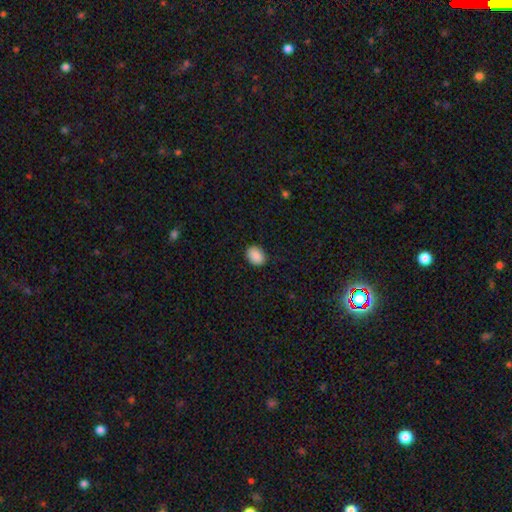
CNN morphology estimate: Smooth or featured? smooth (89%)
How rounded? in between (65%)
Merging? none (86%)